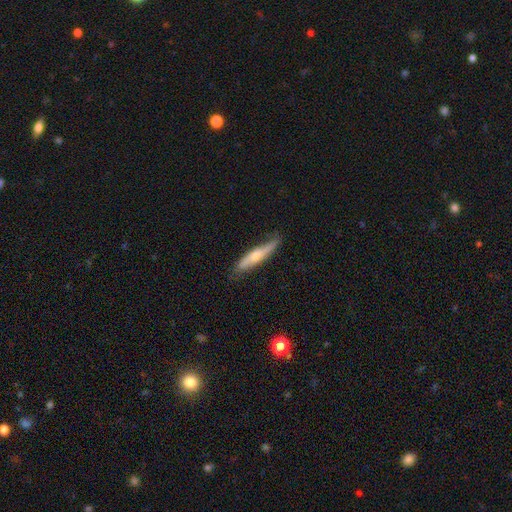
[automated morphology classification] smooth 49%, featured or disk 46%, star or artifact 5%. Down the decision tree: merging — none (69%).